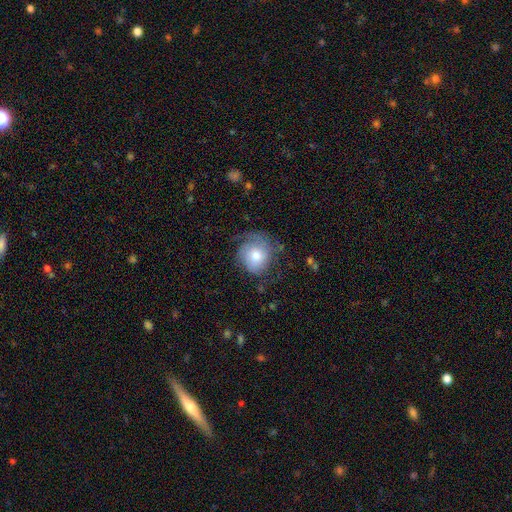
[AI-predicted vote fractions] This is possibly a smooth galaxy (54%). How rounded: clearly round (83%). Merging: possibly none (56%).